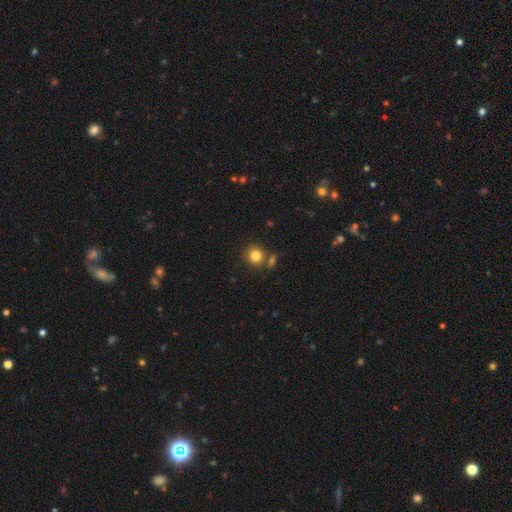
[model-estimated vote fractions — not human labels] Q: Smooth or featured?
A: smooth (82%); runner-up: star or artifact (11%)
Q: How rounded?
A: round (85%); runner-up: in between (14%)
Q: Merging?
A: none (72%); runner-up: merger (14%)